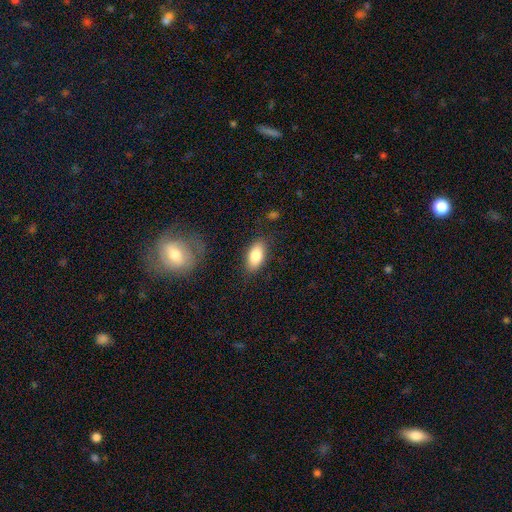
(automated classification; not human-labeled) smooth-or-featured: smooth: 83% | featured or disk: 10% | star or artifact: 7%
  how-rounded: in between: 91% | cigar-shaped: 5% | round: 4%
  merging: none: 83% | minor disturbance: 12% | major disturbance: 3% | merger: 2%